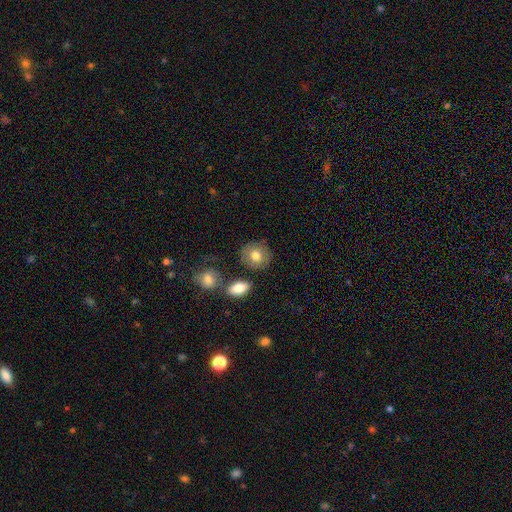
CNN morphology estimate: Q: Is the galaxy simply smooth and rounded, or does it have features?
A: smooth — 78%.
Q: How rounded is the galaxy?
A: round — 75%.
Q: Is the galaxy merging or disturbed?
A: none — 78%.